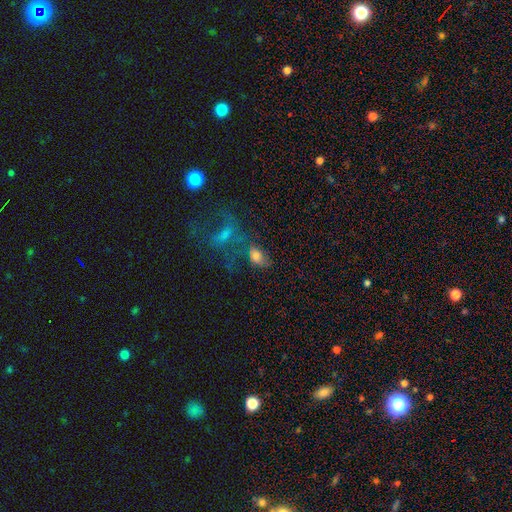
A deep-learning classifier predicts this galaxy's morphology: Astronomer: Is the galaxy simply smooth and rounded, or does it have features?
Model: smooth — 60%.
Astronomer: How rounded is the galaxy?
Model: in between — 82%.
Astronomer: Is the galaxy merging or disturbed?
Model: none — 36% (runner-up: merger, 31%).